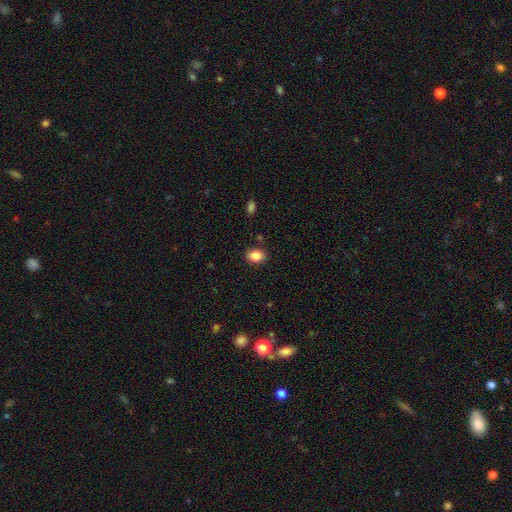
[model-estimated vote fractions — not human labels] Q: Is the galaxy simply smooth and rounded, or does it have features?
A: smooth — 85%.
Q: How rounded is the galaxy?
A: in between — 66%.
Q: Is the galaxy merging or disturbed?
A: none — 87%.